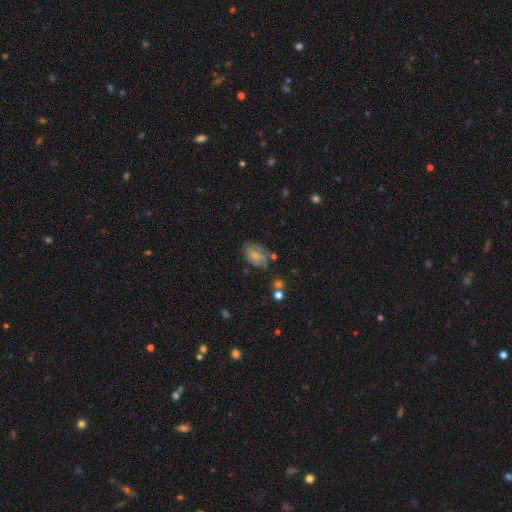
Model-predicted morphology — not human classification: Smooth or featured? smooth (64%)
How rounded? in between (89%)
Merging? none (57%)